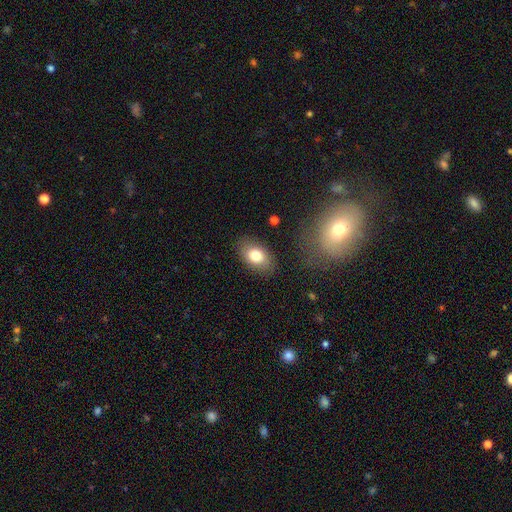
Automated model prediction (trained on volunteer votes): Overall: smooth (79%). How rounded: in between (85%). Merging: none (84%).